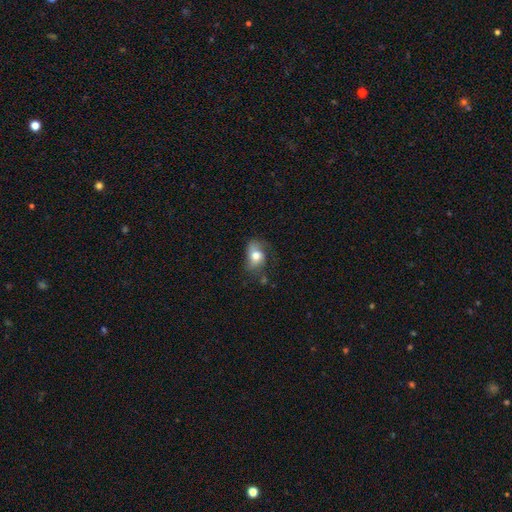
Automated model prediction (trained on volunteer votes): This appears to be a smooth galaxy with no disk features (64%) that is in between round and cigar-shaped (73%). Merging: none (42%).